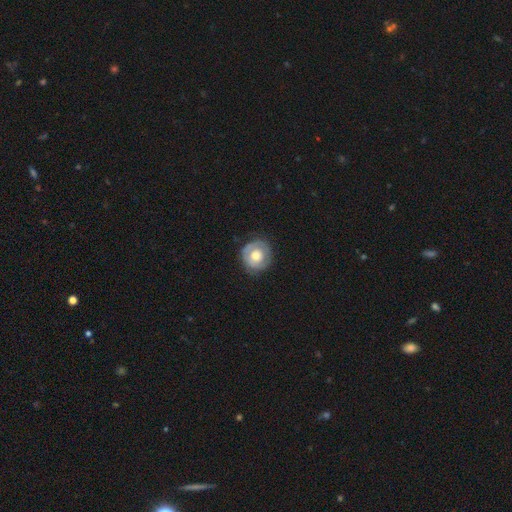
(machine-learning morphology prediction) Q: Smooth or featured?
A: smooth (48%); runner-up: featured or disk (46%)
Q: Merging?
A: none (77%); runner-up: minor disturbance (16%)